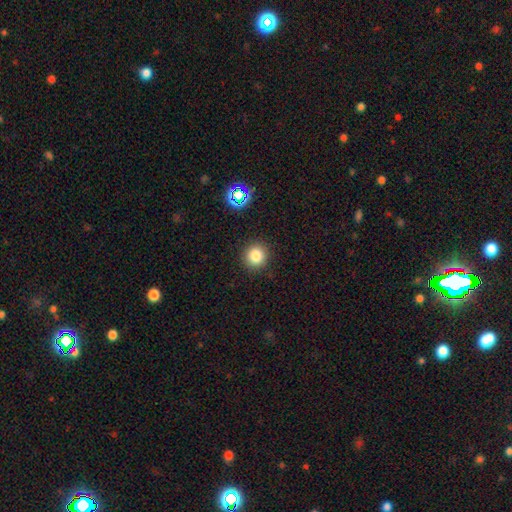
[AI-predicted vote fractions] The model was most divided on "smooth or featured": smooth: 81%, star or artifact: 13%, featured or disk: 6%. More confident: how rounded — round (91%); merging — none (90%).